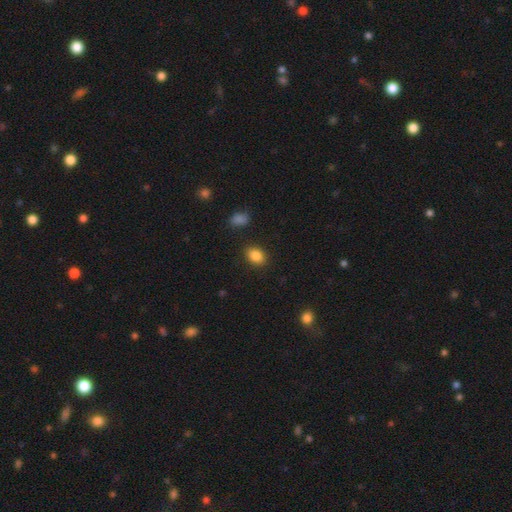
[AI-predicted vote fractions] The model was most divided on "how rounded": in between: 77%, round: 22%, cigar-shaped: 1%. More confident: smooth or featured — smooth (87%); merging — none (86%).